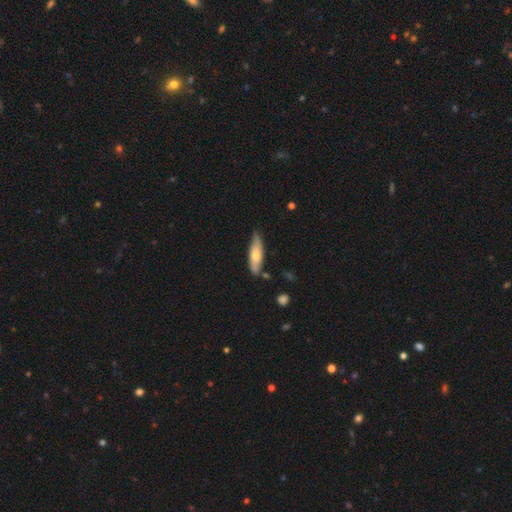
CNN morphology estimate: This appears to be a smooth galaxy with no disk features (64%) that is in between round and cigar-shaped (53%). Merging: none (70%).